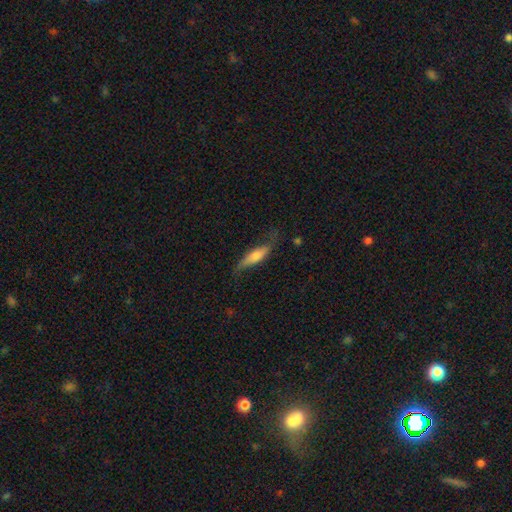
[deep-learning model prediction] Overall: smooth (49%; featured or disk 45%). Merging: none (59%; minor disturbance 27%).